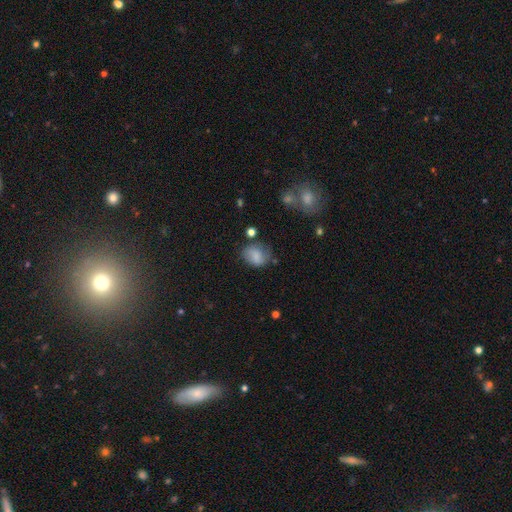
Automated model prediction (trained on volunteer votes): The model was most divided on "how rounded": in between: 58%, round: 41%, cigar-shaped: 1%. More confident: smooth or featured — smooth (77%); merging — none (54%).